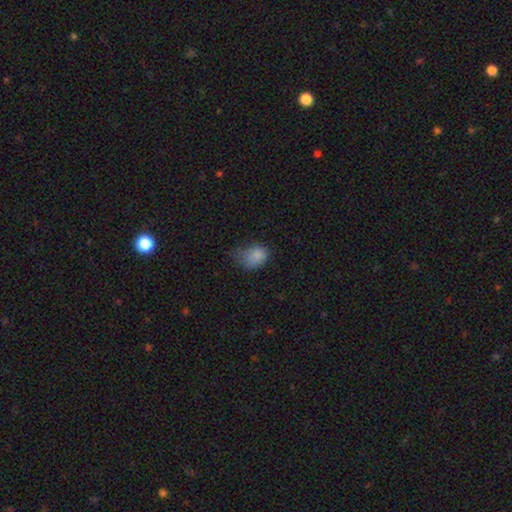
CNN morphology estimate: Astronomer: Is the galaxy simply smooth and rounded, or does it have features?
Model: smooth — 81%.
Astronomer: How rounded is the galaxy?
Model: in between — 65%.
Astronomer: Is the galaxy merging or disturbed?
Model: minor disturbance — 39% (runner-up: none, 37%).